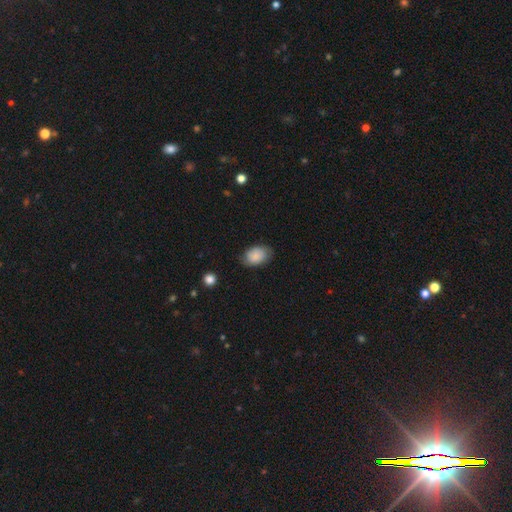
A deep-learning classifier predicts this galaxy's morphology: This appears to be a smooth galaxy with no disk features (84%) that is in between round and cigar-shaped (84%). Merging: none (74%).